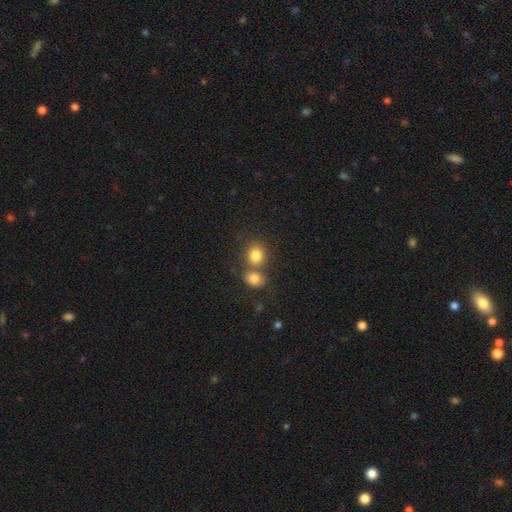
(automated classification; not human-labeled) A smooth galaxy with no disk features (81%) that is round (75%).

Vote fractions:
- Smooth or featured? smooth: 81% / star or artifact: 11% / featured or disk: 8%
- How rounded? round: 75% / in between: 24% / cigar-shaped: 1%
- Merging? none: 49% / merger: 39% / minor disturbance: 8% / major disturbance: 3%